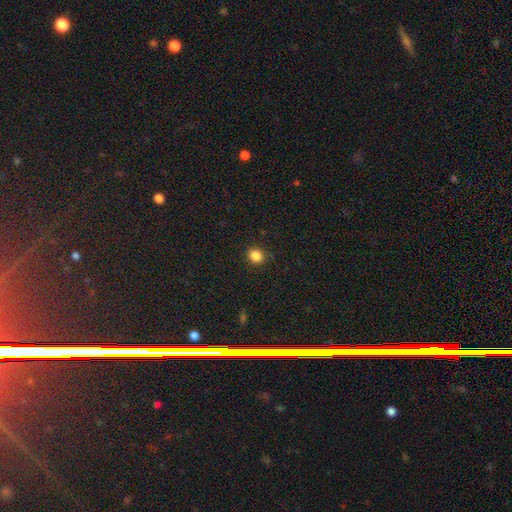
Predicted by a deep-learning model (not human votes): This appears to be a smooth galaxy with no disk features (85%) that is round (76%). Merging: none (86%).